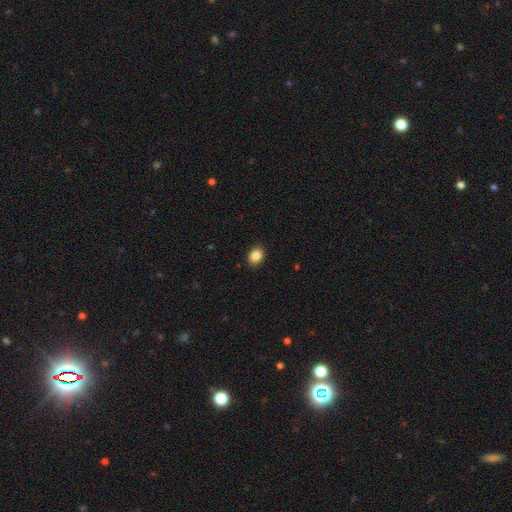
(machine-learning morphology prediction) Smooth or featured?
  - smooth: 87% *
  - star or artifact: 9%
  - featured or disk: 4%
How rounded?
  - in between: 61% *
  - round: 38%
  - cigar-shaped: 1%
Merging?
  - none: 88% *
  - minor disturbance: 10%
  - major disturbance: 2%
  - merger: 1%